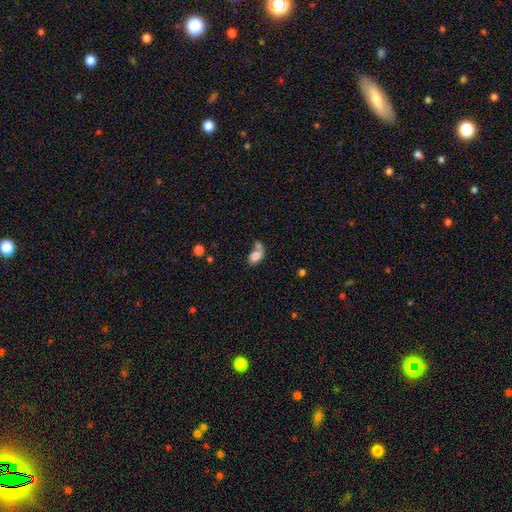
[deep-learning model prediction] smooth-or-featured: smooth: 78% | featured or disk: 13% | star or artifact: 9%
  how-rounded: in between: 86% | round: 12% | cigar-shaped: 2%
  merging: merger: 45% | none: 28% | minor disturbance: 15% | major disturbance: 13%